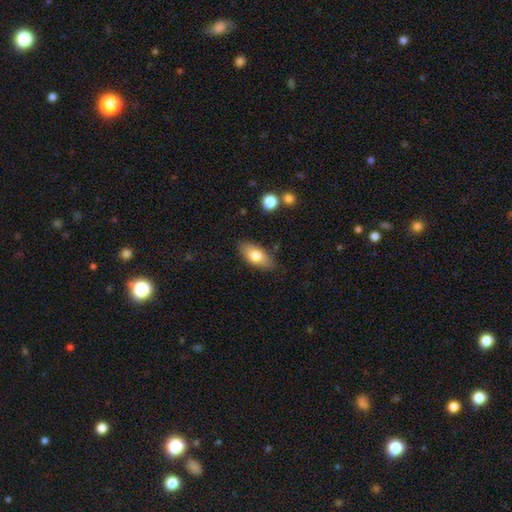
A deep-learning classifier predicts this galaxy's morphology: Overall: smooth (76%). How rounded: in between (88%). Merging: none (82%).